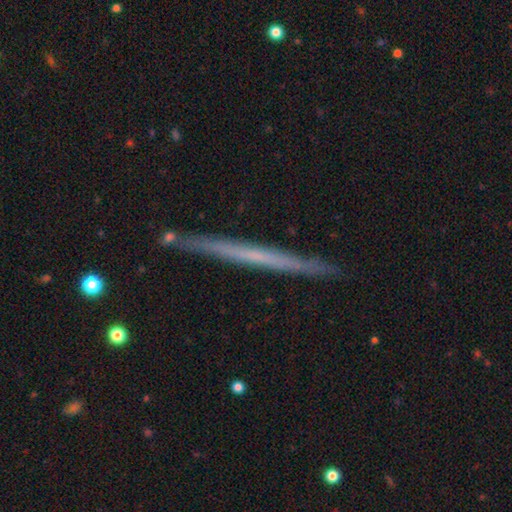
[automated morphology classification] This appears to be a featured or disk galaxy (60%) viewed edge-on (97%) with no central bulge (90%). Merging: none (91%).